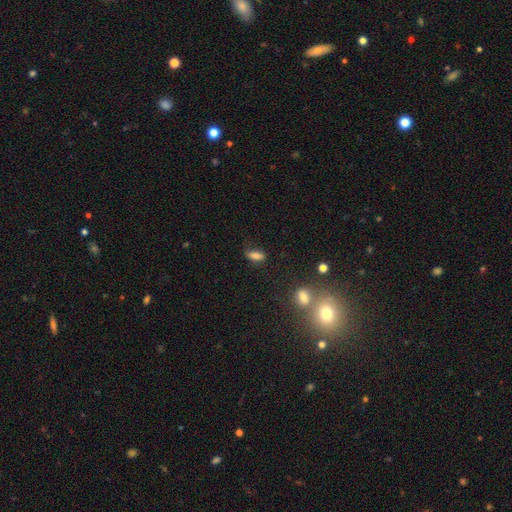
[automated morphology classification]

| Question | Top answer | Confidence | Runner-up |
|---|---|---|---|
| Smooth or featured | smooth | 74% | featured or disk (14%) |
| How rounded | in between | 73% | cigar-shaped (21%) |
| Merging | none | 66% | minor disturbance (22%) |